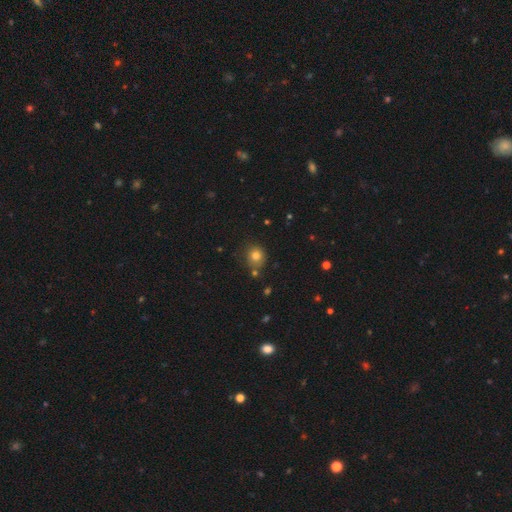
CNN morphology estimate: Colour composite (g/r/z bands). It shows a smooth galaxy with no disk features (79%) that is round (84%). Merging: none (76%).